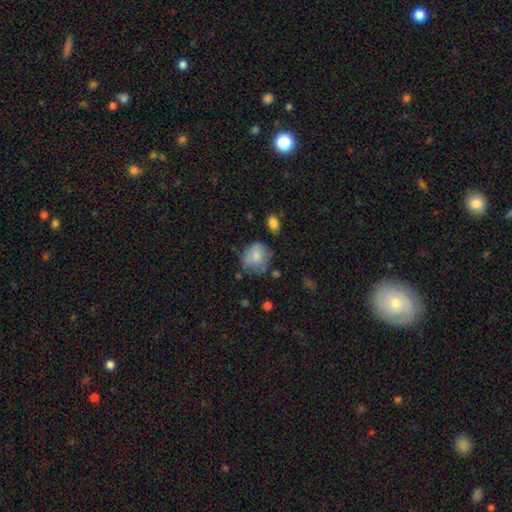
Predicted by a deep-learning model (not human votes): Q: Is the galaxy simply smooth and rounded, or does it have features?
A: smooth — 74%.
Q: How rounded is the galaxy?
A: round — 70%.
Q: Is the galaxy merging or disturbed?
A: none — 50%.